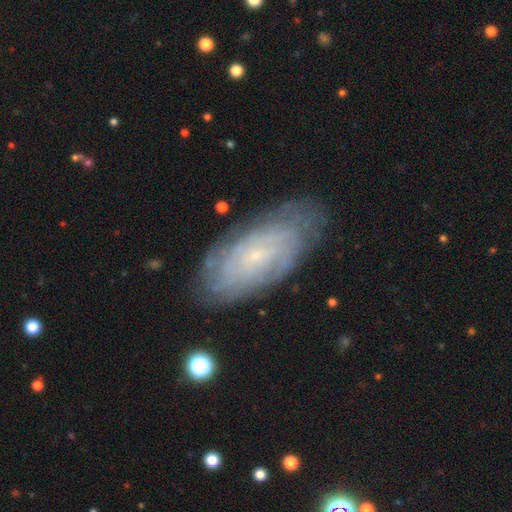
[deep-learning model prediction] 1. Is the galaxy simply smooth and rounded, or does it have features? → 74% featured or disk, 19% smooth, 7% star or artifact.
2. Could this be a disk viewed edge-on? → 92% no, 8% yes.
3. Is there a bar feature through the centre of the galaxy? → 74% no, 21% weak, 5% strong.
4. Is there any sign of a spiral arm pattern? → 89% yes, 11% no.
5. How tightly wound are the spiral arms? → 79% tight, 16% medium, 5% loose.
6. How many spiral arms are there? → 58% can't tell, 11% 4, 10% more than 4, 9% 2, 7% 3, 5% 1.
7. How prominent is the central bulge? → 87% small, 8% moderate, 3% none, 1% large, 1% dominant.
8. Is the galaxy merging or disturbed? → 80% none, 15% minor disturbance, 4% major disturbance, 1% merger.